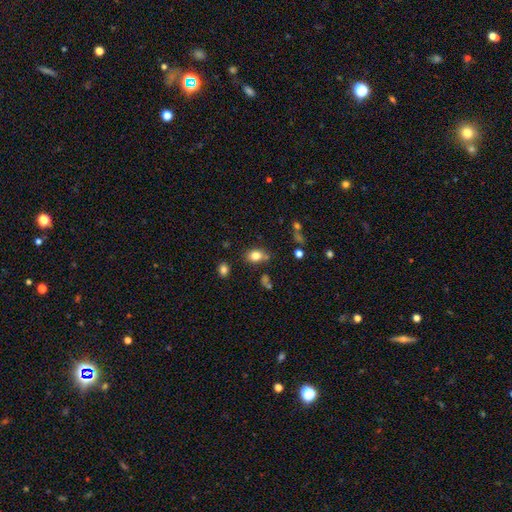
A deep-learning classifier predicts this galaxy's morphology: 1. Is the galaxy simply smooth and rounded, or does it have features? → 81% smooth, 11% star or artifact, 9% featured or disk.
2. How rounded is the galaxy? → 69% in between, 30% round, 1% cigar-shaped.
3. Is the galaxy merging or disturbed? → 73% none, 16% minor disturbance, 7% merger, 4% major disturbance.